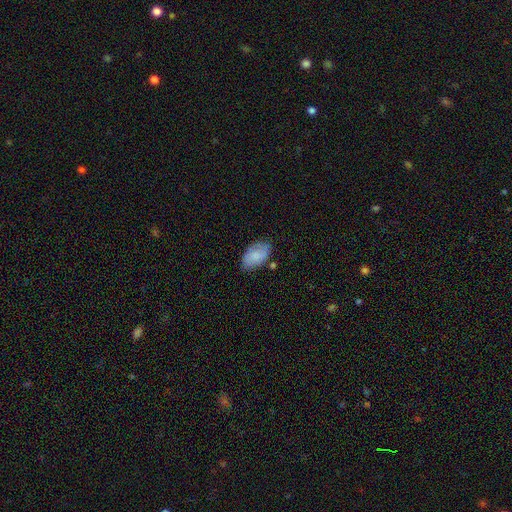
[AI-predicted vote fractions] Overall: smooth (70%). How rounded: in between (93%). Merging: none (68%).